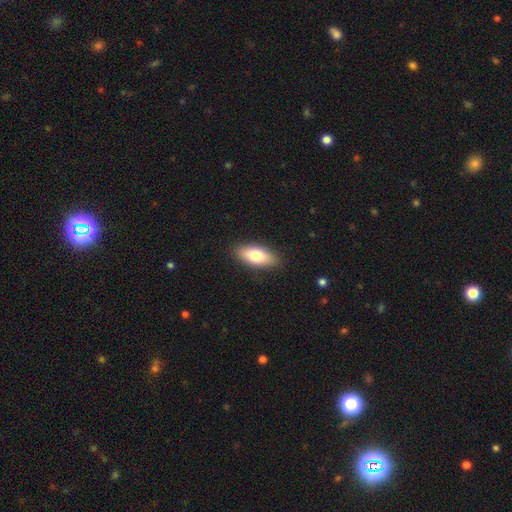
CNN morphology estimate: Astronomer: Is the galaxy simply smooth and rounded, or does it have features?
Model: smooth — 75%.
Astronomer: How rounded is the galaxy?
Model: in between — 83%.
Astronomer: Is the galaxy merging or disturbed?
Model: none — 89%.